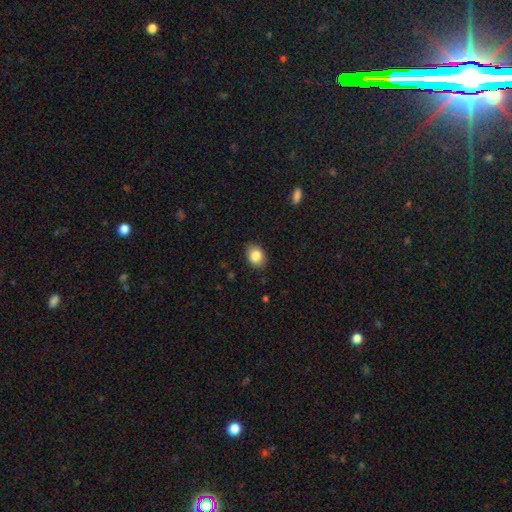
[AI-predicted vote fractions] This appears to be a smooth galaxy with no disk features (85%) that is in between round and cigar-shaped (64%). Merging: none (86%).